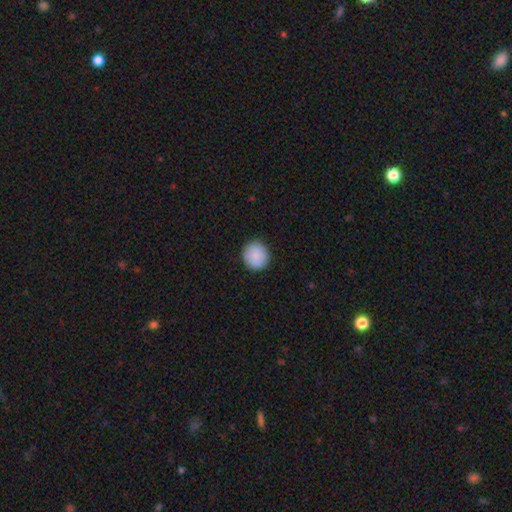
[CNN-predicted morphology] Smooth or featured? smooth (86%)
How rounded? round (91%)
Merging? none (89%)